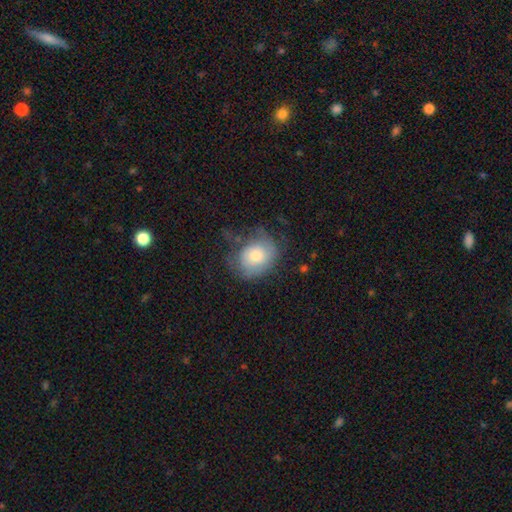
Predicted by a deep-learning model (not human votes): Smooth or featured?
  - smooth: 65% *
  - featured or disk: 27%
  - star or artifact: 8%
How rounded?
  - round: 52% *
  - in between: 47%
  - cigar-shaped: 1%
Merging?
  - none: 54% *
  - minor disturbance: 29%
  - major disturbance: 16%
  - merger: 2%